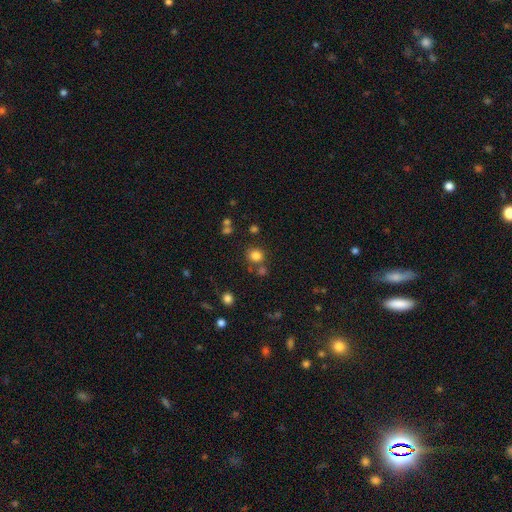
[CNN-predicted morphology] This is likely a smooth galaxy (79%). How rounded: clearly round (86%). Merging: likely none (74%).